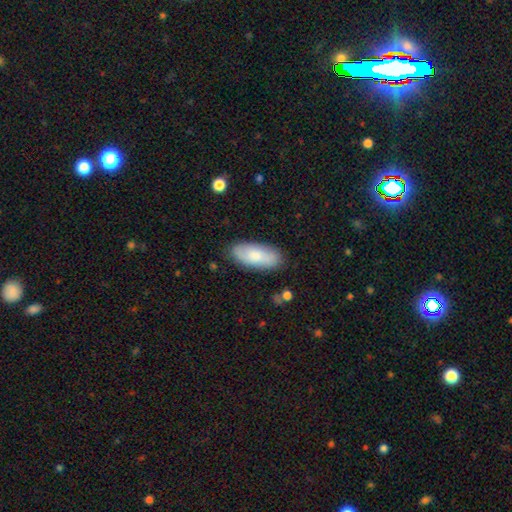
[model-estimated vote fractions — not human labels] Smooth or featured? Predicted: smooth (p=0.75). How rounded? Predicted: in between (p=0.85). Merging? Predicted: none (p=0.84).